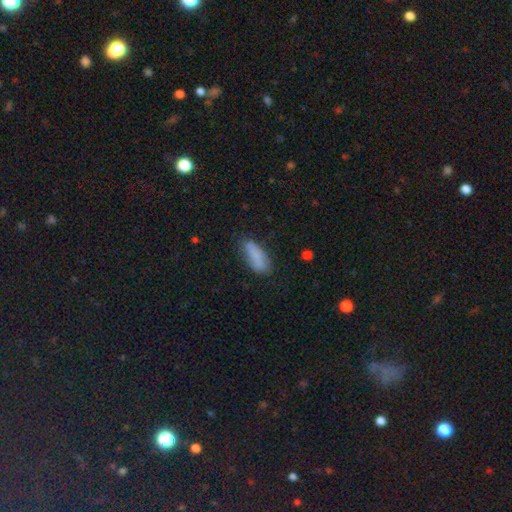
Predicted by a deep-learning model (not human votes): Smooth or featured: smooth — 83% (featured or disk — 9%)
How rounded: in between — 67% (cigar-shaped — 31%)
Merging: none — 67% (minor disturbance — 24%)